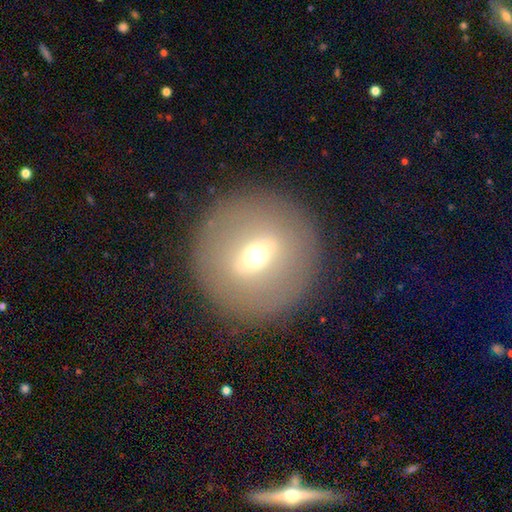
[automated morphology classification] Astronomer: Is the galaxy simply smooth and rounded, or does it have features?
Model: featured or disk — 49% (runner-up: smooth, 41%).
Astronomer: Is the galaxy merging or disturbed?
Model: none — 88%.